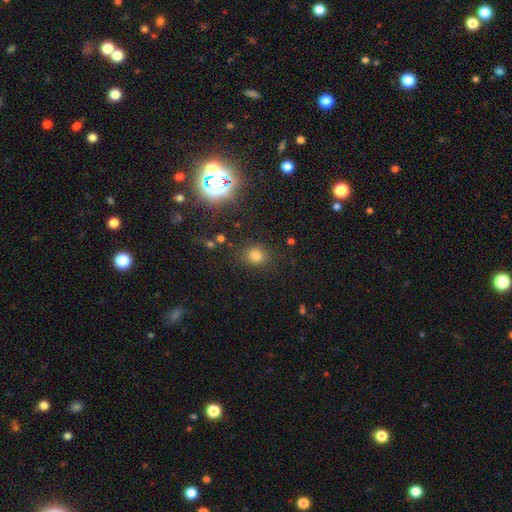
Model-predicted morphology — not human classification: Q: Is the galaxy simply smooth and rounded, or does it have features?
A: smooth — 74%.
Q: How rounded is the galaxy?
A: round — 65%.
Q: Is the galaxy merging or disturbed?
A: none — 83%.